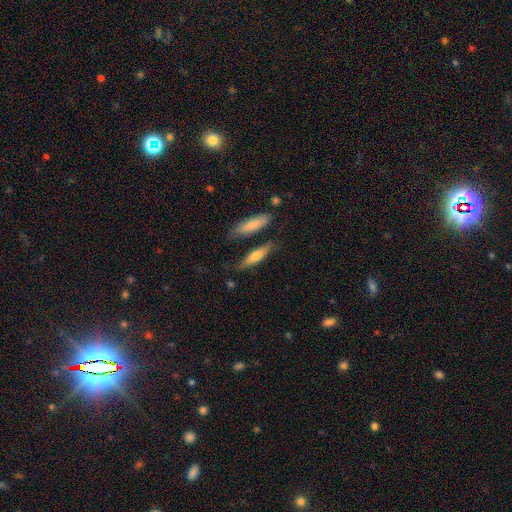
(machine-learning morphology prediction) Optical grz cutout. It shows a smooth galaxy with no disk features (62%) that is cigar-shaped (72%). Merging: none (72%).